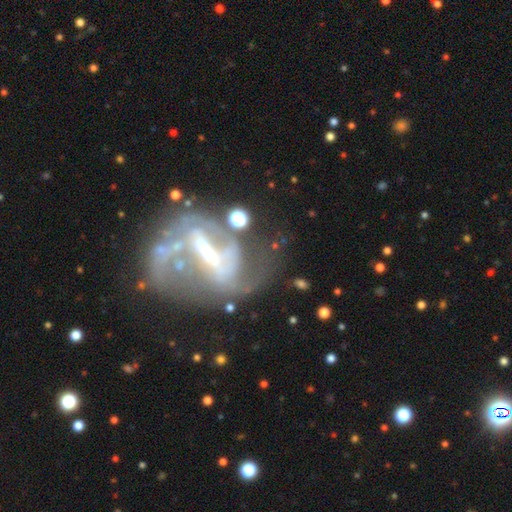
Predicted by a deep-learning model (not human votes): A featured or disk galaxy (81%) with a strong bar (54%), 2 (59%) loose (42%) spiral arms (82%) and a small central bulge (57%). Merging: none (41%).